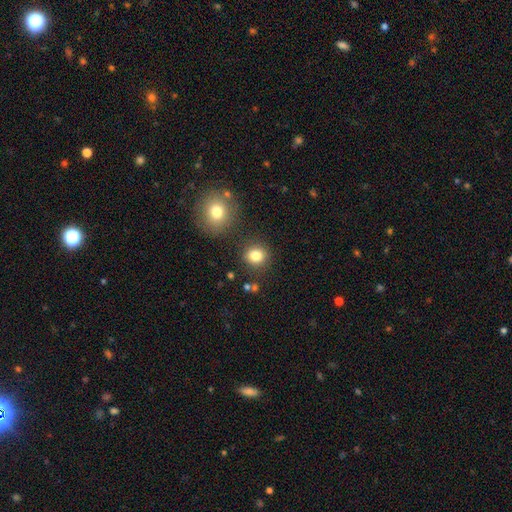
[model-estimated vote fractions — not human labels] Overall: smooth (82%). How rounded: round (83%). Merging: none (84%).